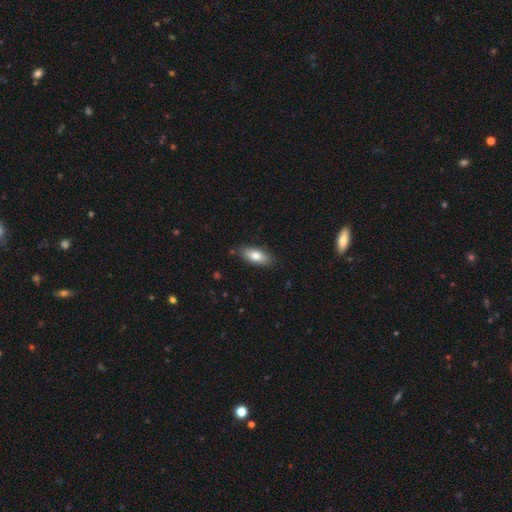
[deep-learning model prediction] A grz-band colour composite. It shows a smooth galaxy with no disk features (79%) that is in between round and cigar-shaped (82%). Merging: none (85%).